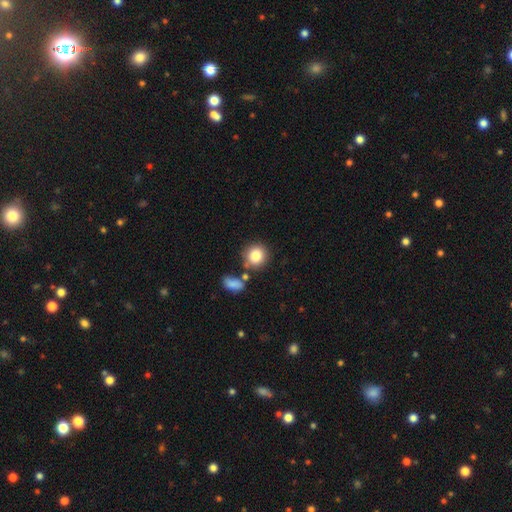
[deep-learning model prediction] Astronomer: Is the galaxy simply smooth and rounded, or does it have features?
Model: smooth — 83%.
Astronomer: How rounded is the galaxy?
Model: round — 85%.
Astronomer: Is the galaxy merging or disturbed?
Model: none — 71%.